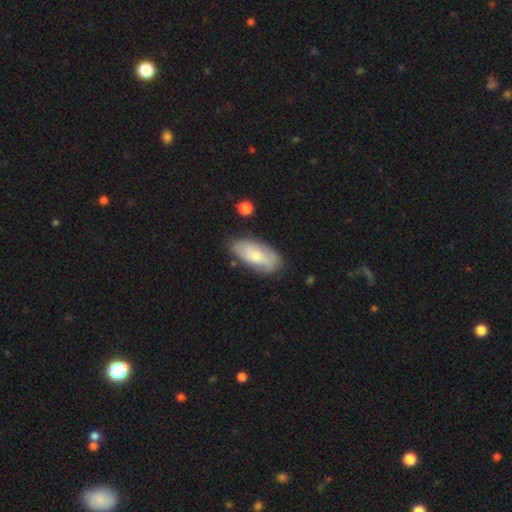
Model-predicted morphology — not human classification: Smooth or featured? smooth (58%)
How rounded? in between (87%)
Merging? none (73%)